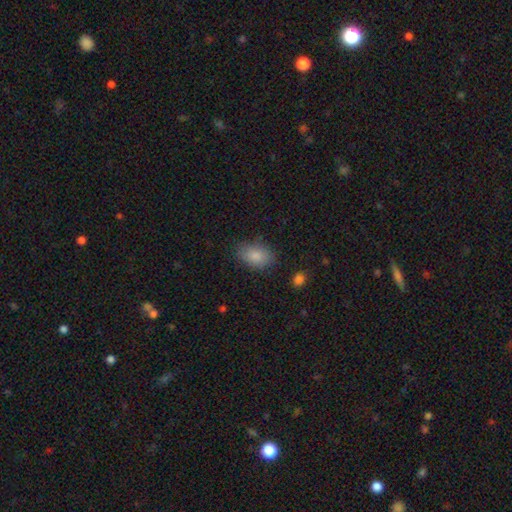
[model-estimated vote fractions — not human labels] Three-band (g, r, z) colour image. It shows a smooth galaxy with no disk features (86%) that is in between round and cigar-shaped (86%). Merging: none (79%).